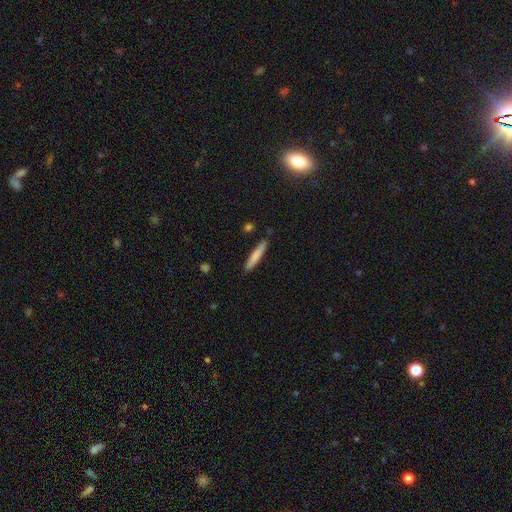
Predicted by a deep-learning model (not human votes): Q: Smooth or featured?
A: smooth (77%); runner-up: featured or disk (18%)
Q: How rounded?
A: cigar-shaped (93%); runner-up: in between (6%)
Q: Merging?
A: none (86%); runner-up: minor disturbance (10%)